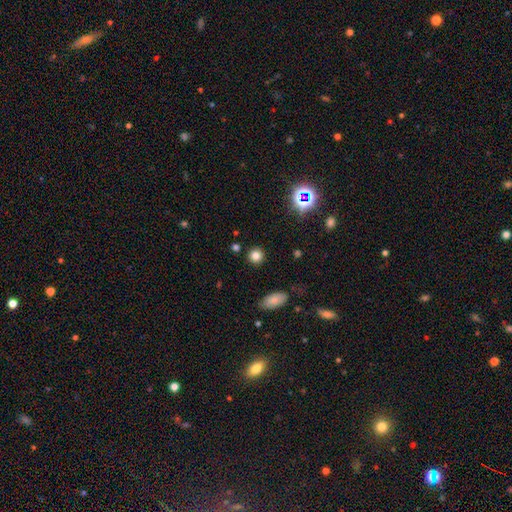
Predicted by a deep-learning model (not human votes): smooth-or-featured: smooth: 79% | star or artifact: 15% | featured or disk: 6%
  how-rounded: round: 90% | in between: 9% | cigar-shaped: 1%
  merging: none: 89% | minor disturbance: 6% | major disturbance: 2% | merger: 2%